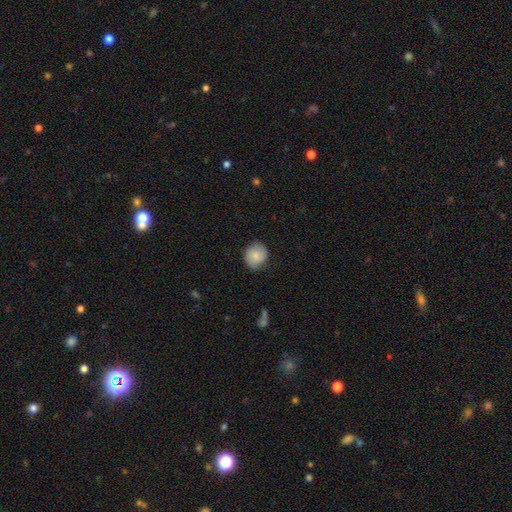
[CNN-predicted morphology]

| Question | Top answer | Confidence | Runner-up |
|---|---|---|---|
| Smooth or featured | smooth | 74% | featured or disk (19%) |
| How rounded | round | 81% | in between (18%) |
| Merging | none | 78% | minor disturbance (17%) |